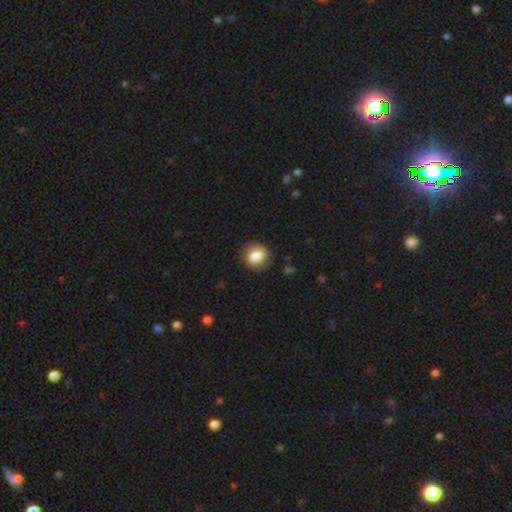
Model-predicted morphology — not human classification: A smooth galaxy with no disk features (83%) that is round (81%).

Vote fractions:
- Smooth or featured? smooth: 83% / featured or disk: 9% / star or artifact: 8%
- How rounded? round: 81% / in between: 18% / cigar-shaped: 1%
- Merging? none: 88% / minor disturbance: 9% / major disturbance: 2% / merger: 1%